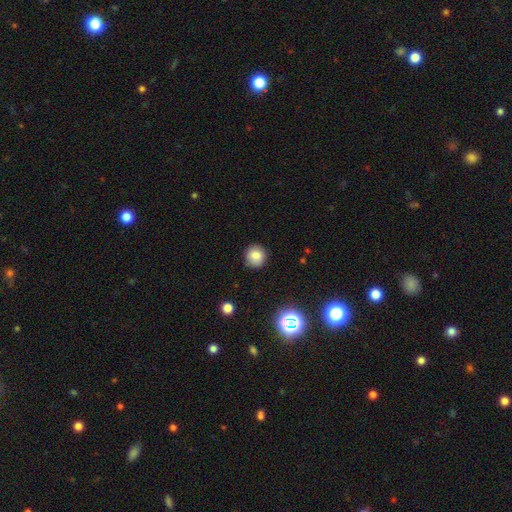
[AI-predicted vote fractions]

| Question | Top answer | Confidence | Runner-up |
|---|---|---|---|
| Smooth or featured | smooth | 82% | star or artifact (11%) |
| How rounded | round | 92% | in between (7%) |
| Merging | none | 87% | minor disturbance (9%) |